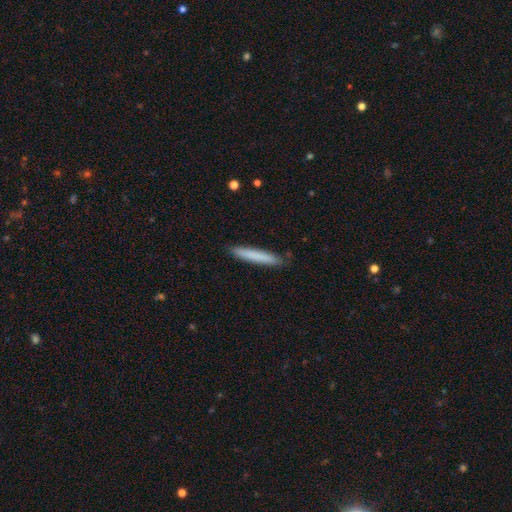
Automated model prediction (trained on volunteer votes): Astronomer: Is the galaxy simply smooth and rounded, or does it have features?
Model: smooth — 78%.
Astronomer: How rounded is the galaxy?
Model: cigar-shaped — 95%.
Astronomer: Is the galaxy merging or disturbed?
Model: none — 89%.